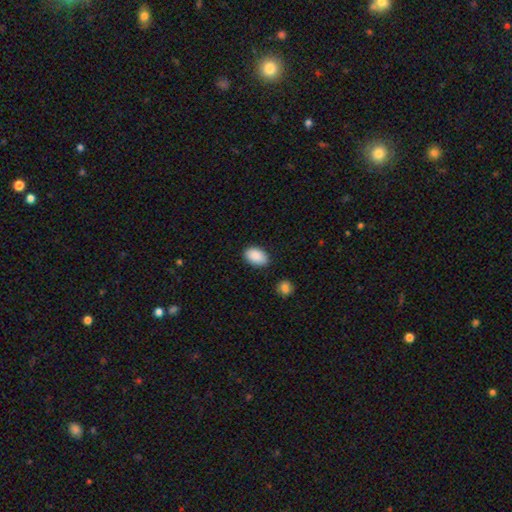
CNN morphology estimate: Overall: smooth (90%). How rounded: in between (91%). Merging: none (84%).